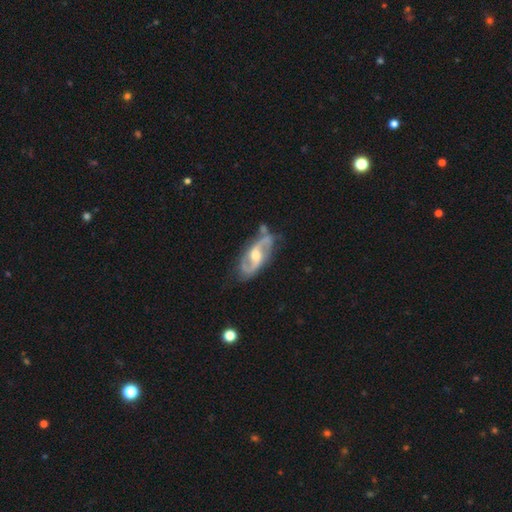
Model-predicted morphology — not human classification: smooth-or-featured: featured or disk: 88% | smooth: 8% | star or artifact: 5%
  disk-edge-on: no: 94% | yes: 6%
    bar: weak: 44% | no: 36% | strong: 20%
    has-spiral-arms: yes: 95% | no: 5%
      spiral-winding: medium: 51% | loose: 31% | tight: 18%
      spiral-arm-count: 2: 91% | can't tell: 4% | 1: 2% | 3: 1% | 4: 1% | more than 4: 1%
    bulge-size: moderate: 70% | small: 22% | large: 6% | none: 1% | dominant: 1%
  merging: none: 70% | minor disturbance: 19% | major disturbance: 6% | merger: 5%